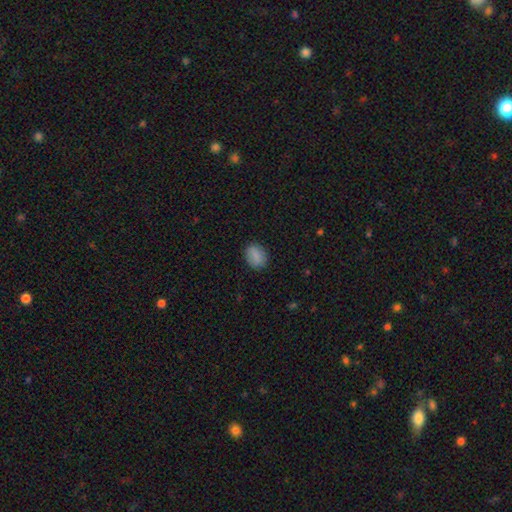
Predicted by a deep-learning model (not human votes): A smooth galaxy with no disk features (86%) that is in between round and cigar-shaped (60%).

Vote fractions:
- Smooth or featured? smooth: 86% / star or artifact: 8% / featured or disk: 6%
- How rounded? in between: 60% / round: 38% / cigar-shaped: 1%
- Merging? none: 87% / minor disturbance: 9% / major disturbance: 3% / merger: 1%